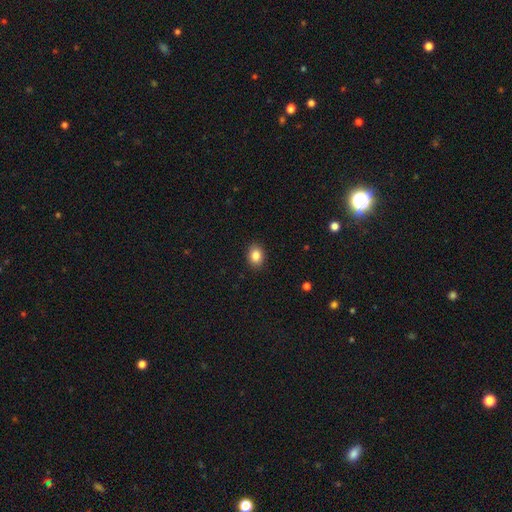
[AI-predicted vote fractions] A smooth galaxy with no disk features (86%) that is in between round and cigar-shaped (64%). Merging: none (89%).